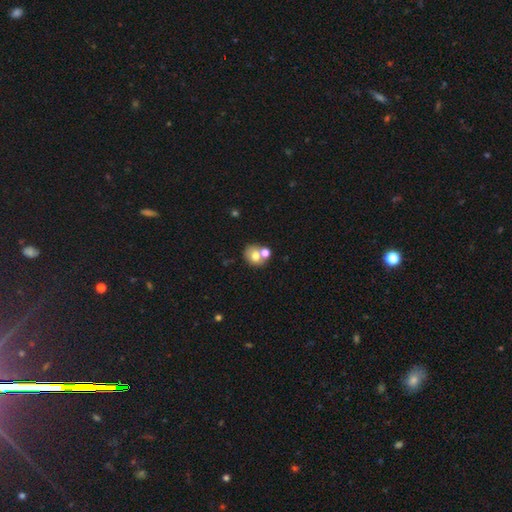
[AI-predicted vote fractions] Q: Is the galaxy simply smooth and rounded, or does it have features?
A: smooth — 68%.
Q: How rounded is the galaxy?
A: round — 67%.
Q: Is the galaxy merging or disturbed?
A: none — 49%.